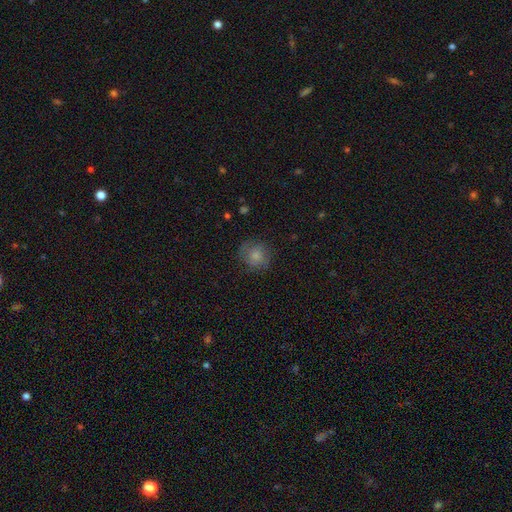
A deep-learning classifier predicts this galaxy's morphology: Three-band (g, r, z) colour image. It shows a smooth galaxy with no disk features (80%) that is round (89%). Merging: none (76%).